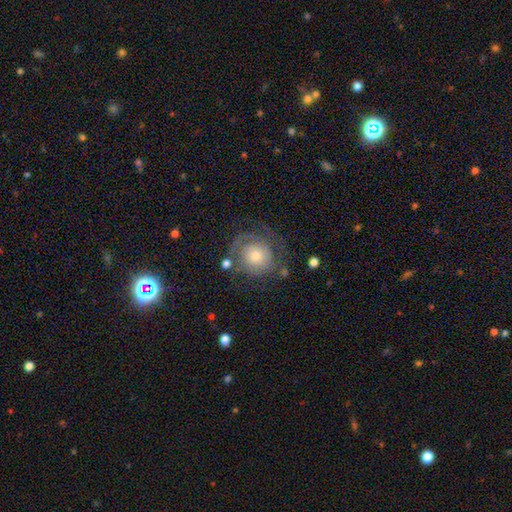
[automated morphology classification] Smooth or featured: featured or disk — 54% (smooth — 37%)
Edge-on disk: no — 97% (yes — 3%)
Bar: no — 85% (weak — 12%)
Spiral arms: yes — 72% (no — 28%)
Bulge size: moderate — 50% (small — 39%)
Merging: none — 62% (minor disturbance — 18%)